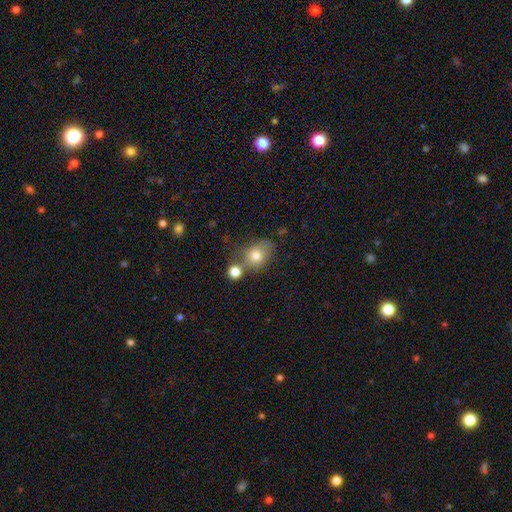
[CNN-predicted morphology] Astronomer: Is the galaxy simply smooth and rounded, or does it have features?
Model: smooth — 75%.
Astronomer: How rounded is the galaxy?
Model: round — 53% (runner-up: in between, 46%).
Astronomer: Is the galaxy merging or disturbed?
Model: none — 52%.